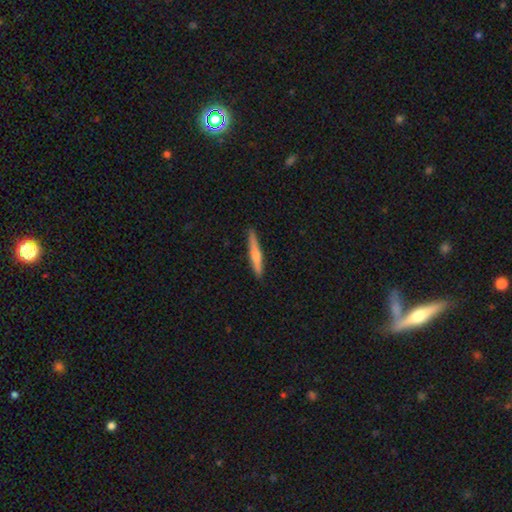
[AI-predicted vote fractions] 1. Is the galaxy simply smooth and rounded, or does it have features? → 57% smooth, 37% featured or disk, 6% star or artifact.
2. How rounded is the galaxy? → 94% cigar-shaped, 5% in between, 1% round.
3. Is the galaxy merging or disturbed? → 89% none, 8% minor disturbance, 2% major disturbance, 1% merger.